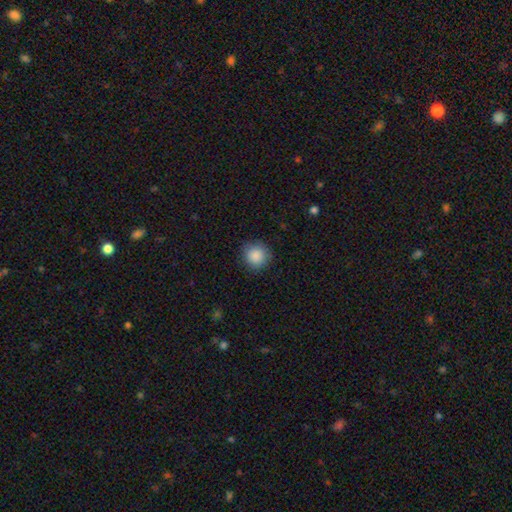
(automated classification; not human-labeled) smooth_or_featured: smooth (p=0.88) [alt: star or artifact p=0.08]
how_rounded: round (p=0.94) [alt: in between p=0.05]
merging: none (p=0.88) [alt: minor disturbance p=0.09]